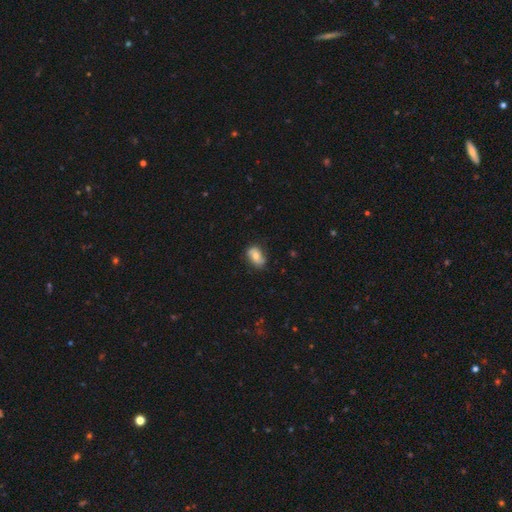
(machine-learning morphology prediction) smooth 59%, featured or disk 33%, star or artifact 8%. Down the decision tree: how rounded — in between (82%); merging — none (73%).